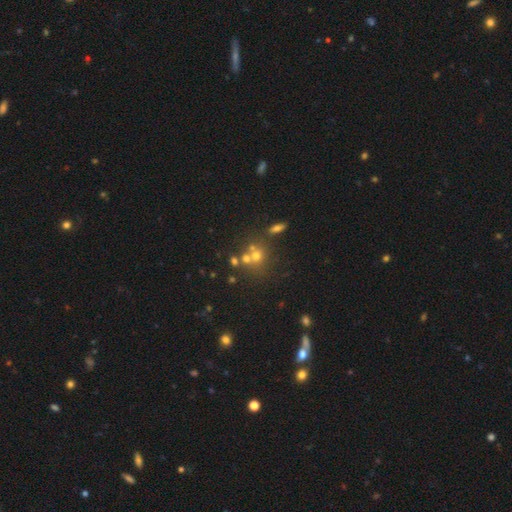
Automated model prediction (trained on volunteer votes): Q: Smooth or featured?
A: smooth (54%); runner-up: star or artifact (26%)
Q: How rounded?
A: round (81%); runner-up: in between (17%)
Q: Merging?
A: none (51%); runner-up: merger (35%)